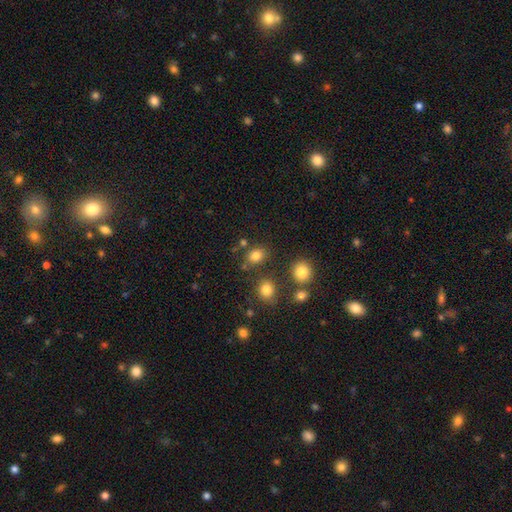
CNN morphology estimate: Q: Smooth or featured?
A: smooth (80%); runner-up: star or artifact (14%)
Q: How rounded?
A: round (55%); runner-up: in between (44%)
Q: Merging?
A: none (75%); runner-up: minor disturbance (11%)